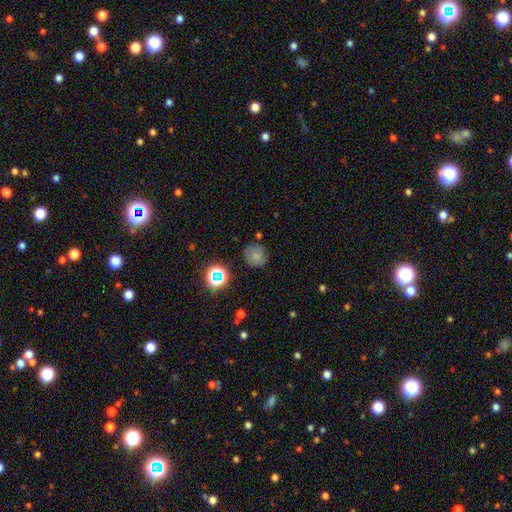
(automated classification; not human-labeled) This appears to be a smooth galaxy with no disk features (74%) that is round (88%). Merging: none (77%).